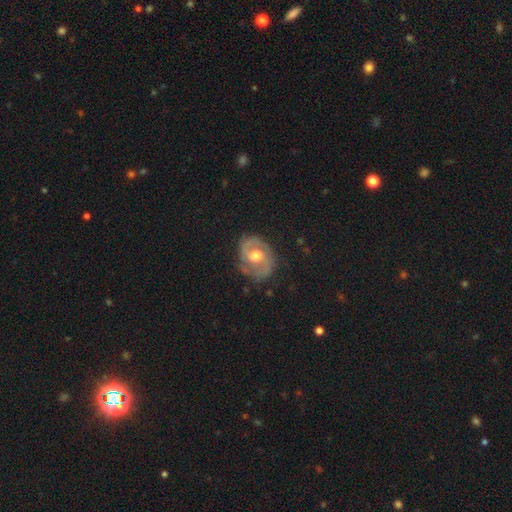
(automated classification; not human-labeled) A featured or disk galaxy (81%) with no bar (52%), 2 (83%) medium (44%) spiral arms (89%) and a moderate central bulge (77%). Merging: none (76%).